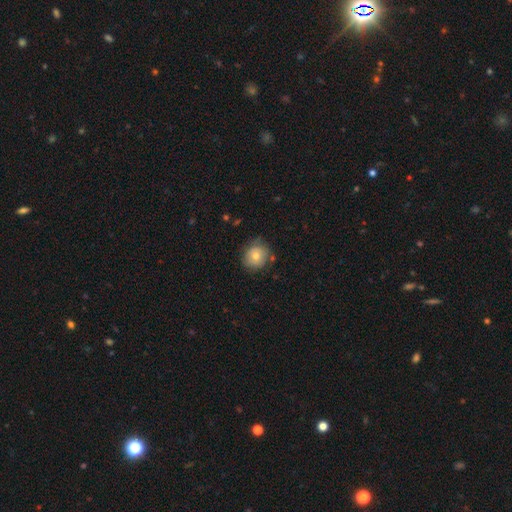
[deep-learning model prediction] smooth-or-featured: smooth: 70% | featured or disk: 21% | star or artifact: 9%
  how-rounded: round: 85% | in between: 14% | cigar-shaped: 1%
  merging: none: 74% | minor disturbance: 19% | major disturbance: 5% | merger: 3%